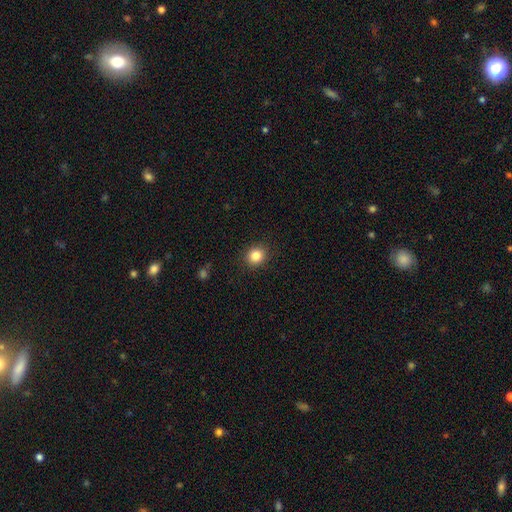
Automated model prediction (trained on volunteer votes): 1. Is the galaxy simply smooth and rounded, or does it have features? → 85% smooth, 11% star or artifact, 5% featured or disk.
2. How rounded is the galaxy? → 81% round, 18% in between, 1% cigar-shaped.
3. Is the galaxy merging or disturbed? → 89% none, 7% minor disturbance, 2% major disturbance, 1% merger.